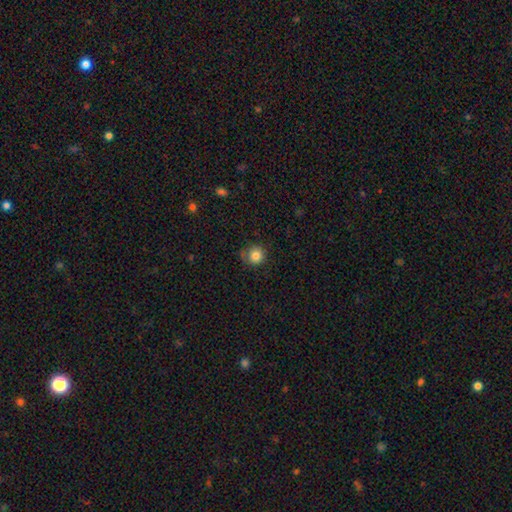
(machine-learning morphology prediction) smooth 82%, star or artifact 10%, featured or disk 8%. Down the decision tree: how rounded — round (91%); merging — none (71%).